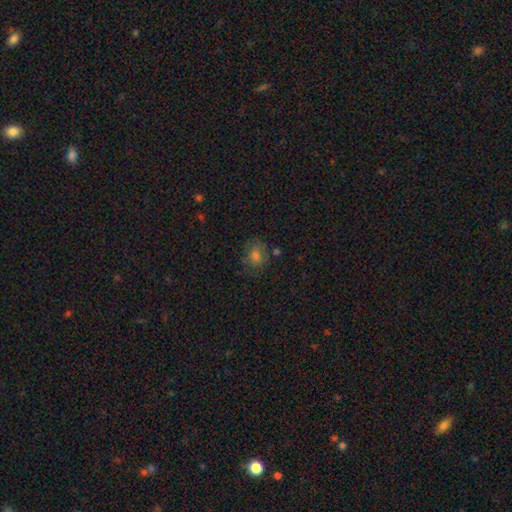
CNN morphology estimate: A smooth galaxy with no disk features (66%) that is round (52%).

Vote fractions:
- Smooth or featured? smooth: 66% / star or artifact: 19% / featured or disk: 15%
- How rounded? round: 52% / in between: 47% / cigar-shaped: 1%
- Merging? none: 72% / minor disturbance: 18% / major disturbance: 6% / merger: 4%